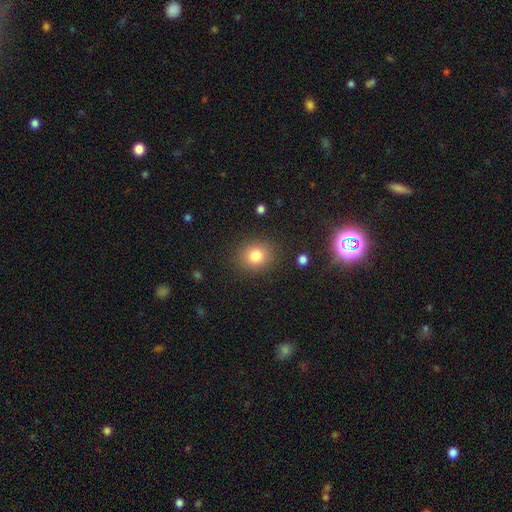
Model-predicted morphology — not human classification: A smooth galaxy with no disk features (81%) that is round (69%). Merging: none (87%).